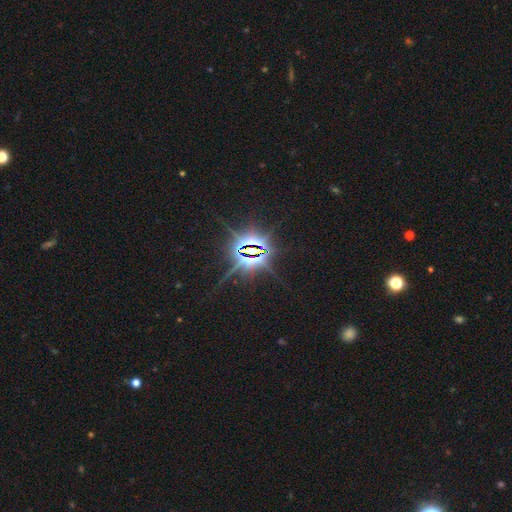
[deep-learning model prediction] Morphology: type=star or artifact (85%).